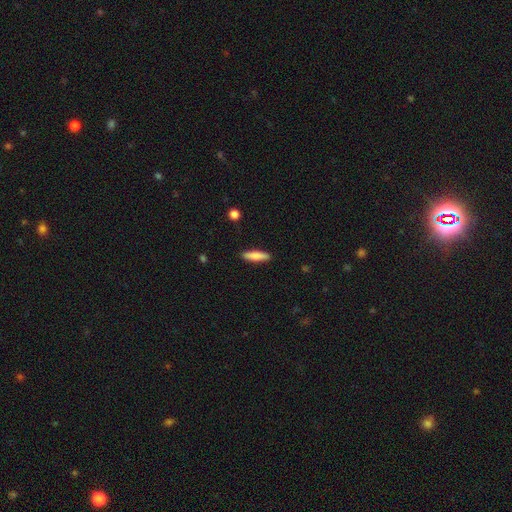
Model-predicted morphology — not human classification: Smooth or featured? smooth (80%)
How rounded? cigar-shaped (75%)
Merging? none (90%)